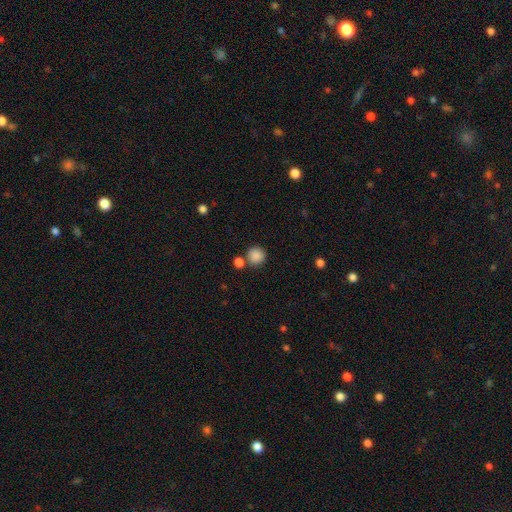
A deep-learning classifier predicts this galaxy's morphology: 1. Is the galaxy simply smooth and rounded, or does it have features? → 87% smooth, 9% star or artifact, 4% featured or disk.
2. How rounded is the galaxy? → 92% round, 7% in between, 1% cigar-shaped.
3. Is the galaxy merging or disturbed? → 74% none, 14% merger, 9% minor disturbance, 3% major disturbance.